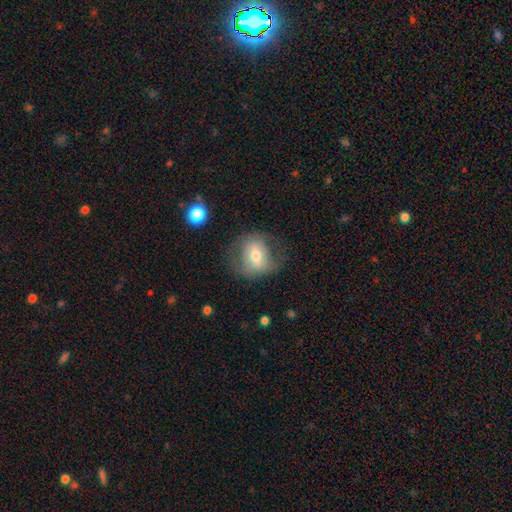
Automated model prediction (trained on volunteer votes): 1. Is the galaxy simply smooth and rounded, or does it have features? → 50% smooth, 42% featured or disk, 8% star or artifact.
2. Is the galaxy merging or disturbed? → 62% none, 21% minor disturbance, 15% major disturbance, 2% merger.